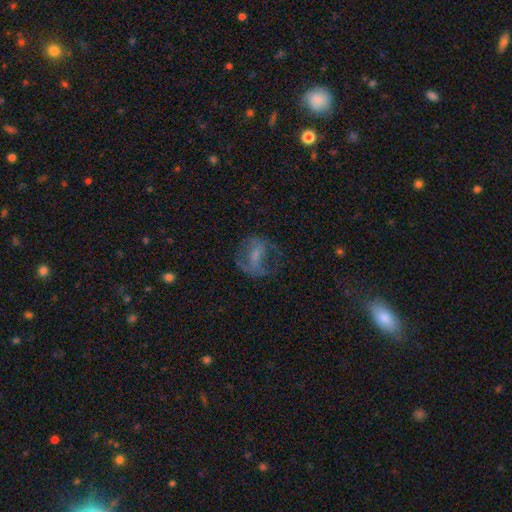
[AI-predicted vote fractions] This is possibly a featured or disk galaxy (55%). It is clearly not viewed edge-on (94%). Bar: marginally weak (40%). Spiral arm pattern: possibly no (50%, tied with yes). Central bulge: marginally small (41%). Merging: possibly none (47%).